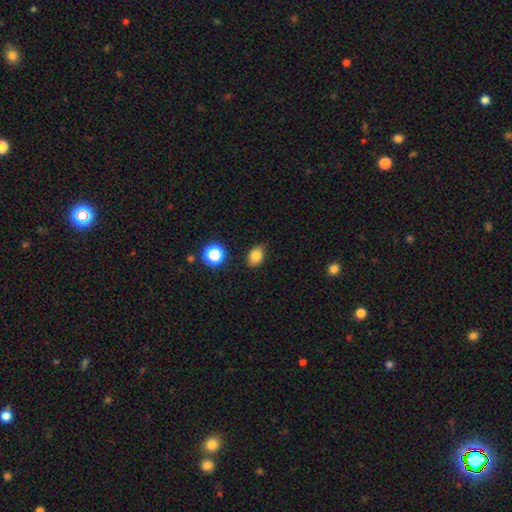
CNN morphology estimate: A smooth galaxy with no disk features (82%) that is in between round and cigar-shaped (74%).

Vote fractions:
- Smooth or featured? smooth: 82% / star or artifact: 11% / featured or disk: 6%
- How rounded? in between: 74% / round: 25% / cigar-shaped: 1%
- Merging? none: 80% / minor disturbance: 15% / major disturbance: 3% / merger: 2%